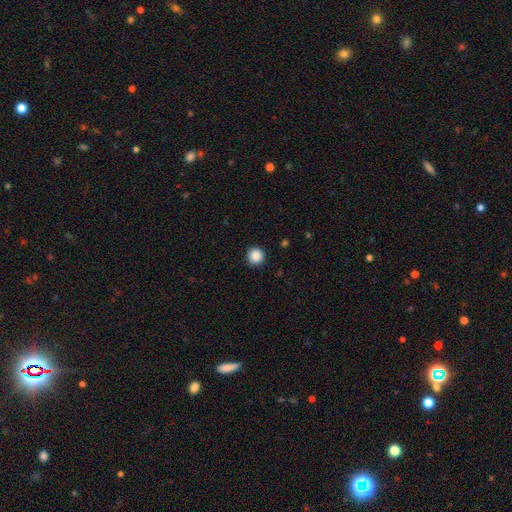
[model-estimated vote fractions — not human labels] A smooth galaxy with no disk features (88%) that is round (96%).

Vote fractions:
- Smooth or featured? smooth: 88% / star or artifact: 10% / featured or disk: 3%
- How rounded? round: 96% / in between: 3% / cigar-shaped: 1%
- Merging? none: 93% / minor disturbance: 5% / major disturbance: 2% / merger: 1%